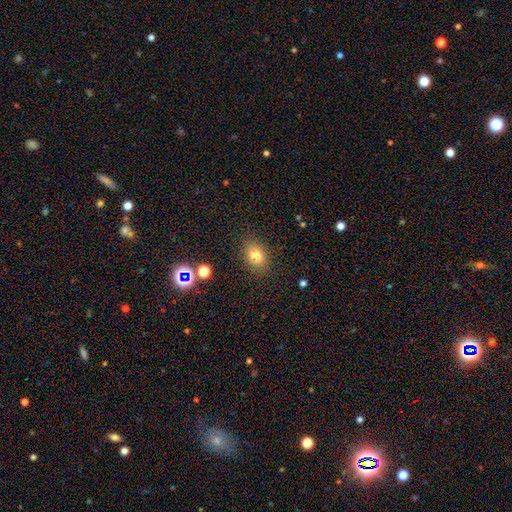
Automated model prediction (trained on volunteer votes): Smooth or featured? smooth (76%)
How rounded? in between (68%)
Merging? none (84%)